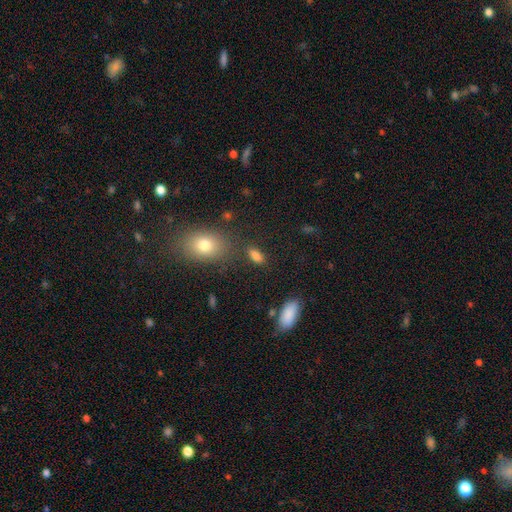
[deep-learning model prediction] Smooth or featured: smooth — 81% (star or artifact — 12%)
How rounded: in between — 82% (cigar-shaped — 10%)
Merging: none — 77% (minor disturbance — 12%)